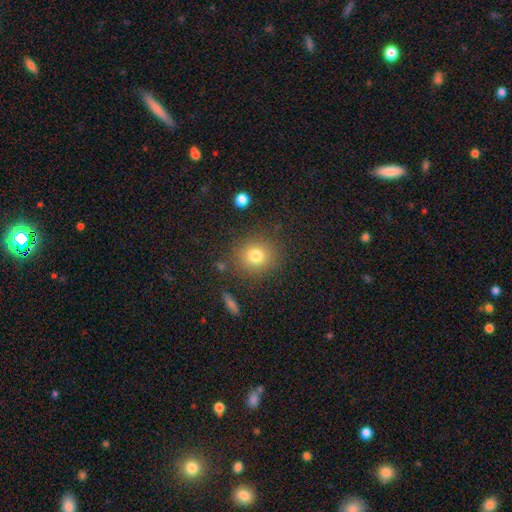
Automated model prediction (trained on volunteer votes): Overall: smooth (78%). How rounded: round (81%). Merging: none (84%).